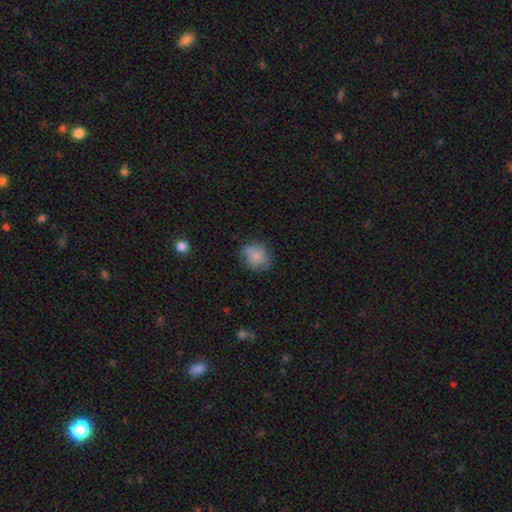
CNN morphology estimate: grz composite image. It shows a smooth galaxy with no disk features (76%) that is round (61%). Merging: none (65%).